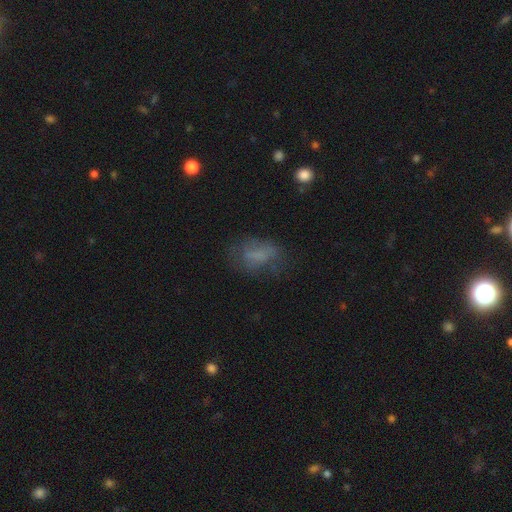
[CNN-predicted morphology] Smooth or featured? Predicted: smooth (p=0.60). How rounded? Predicted: in between (p=0.83). Merging? Predicted: none (p=0.52).